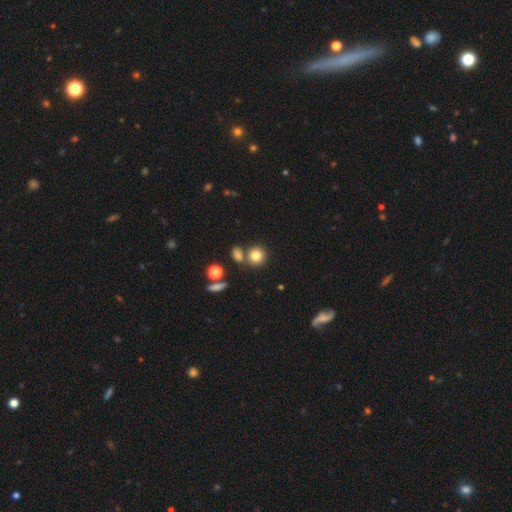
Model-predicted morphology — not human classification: Overall: smooth (79%). How rounded: round (84%). Merging: none (67%).